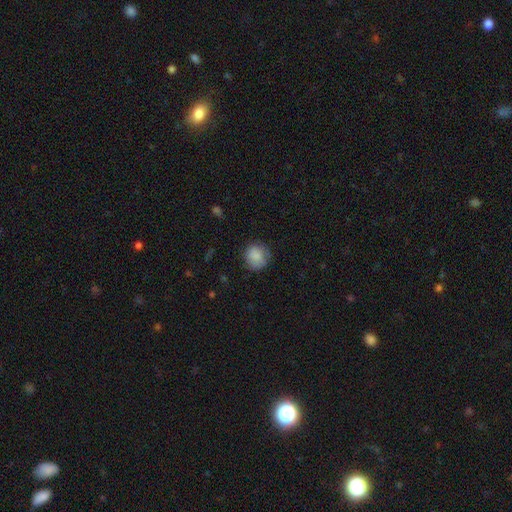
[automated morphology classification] This appears to be a smooth galaxy with no disk features (86%) that is round (86%). Merging: none (75%).